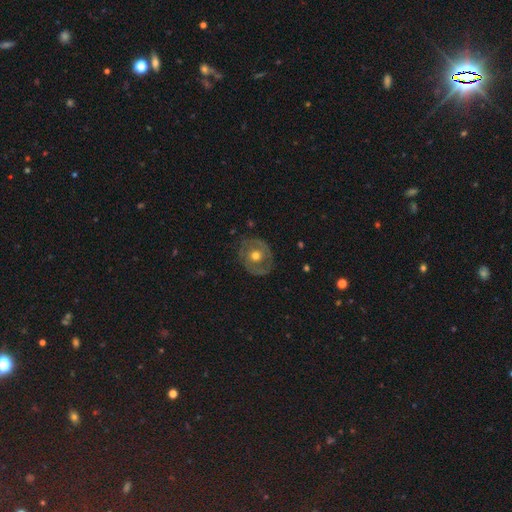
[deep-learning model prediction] Smooth or featured? Predicted: featured or disk (p=0.61). Edge-on disk? Predicted: no (p=0.96). Bar? Predicted: no (p=0.79). Spiral arms? Predicted: no (p=0.58). Bulge size? Predicted: moderate (p=0.77). Merging? Predicted: none (p=0.76).